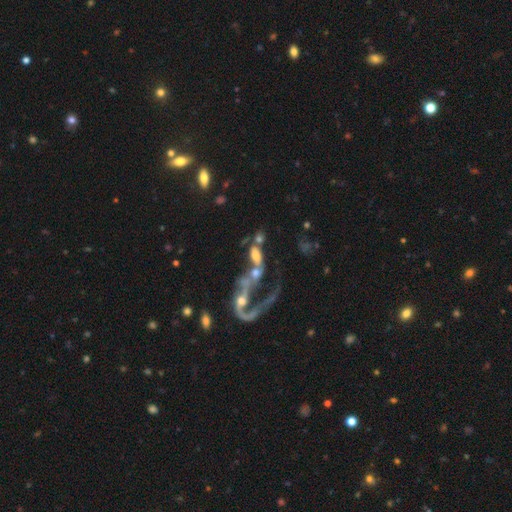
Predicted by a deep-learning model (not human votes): Smooth or featured? Predicted: featured or disk (p=0.50). Edge-on disk? Predicted: no (p=0.92). Merging? Predicted: merger (p=0.65).